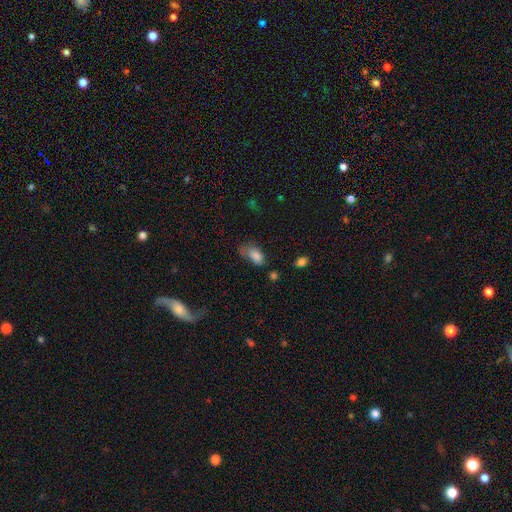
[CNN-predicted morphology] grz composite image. It shows a smooth galaxy with no disk features (81%) that is in between round and cigar-shaped (90%). Merging: minor disturbance (37%).